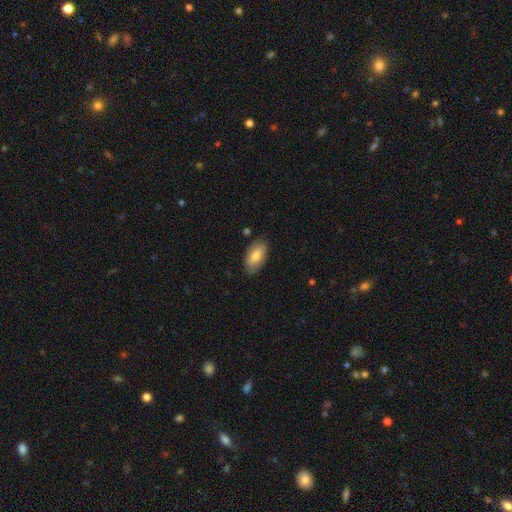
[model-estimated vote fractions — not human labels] The model was most divided on "smooth or featured": smooth: 72%, featured or disk: 22%, star or artifact: 6%. More confident: how rounded — in between (92%); merging — none (80%).